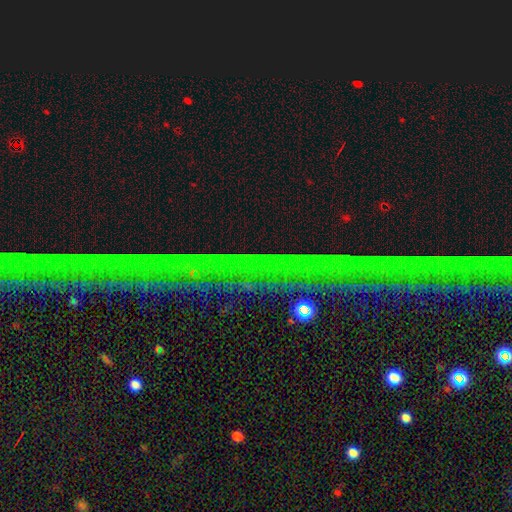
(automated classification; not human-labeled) Smooth or featured? Predicted: star or artifact (p=0.86).